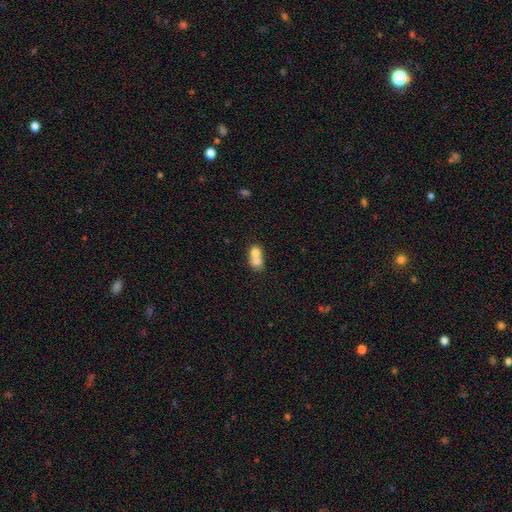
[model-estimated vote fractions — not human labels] Smooth or featured?
  - smooth: 71% *
  - featured or disk: 20%
  - star or artifact: 9%
How rounded?
  - round: 61% *
  - in between: 37%
  - cigar-shaped: 1%
Merging?
  - merger: 75% *
  - none: 18%
  - minor disturbance: 5%
  - major disturbance: 3%